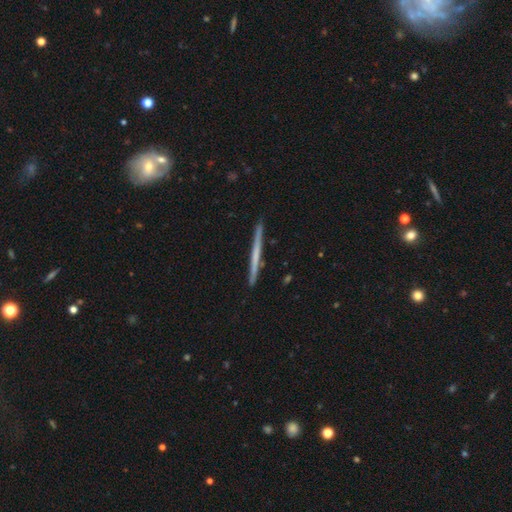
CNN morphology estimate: smooth_or_featured: featured or disk (p=0.55) [alt: smooth p=0.39]
disk_edge_on: yes (p=0.98) [alt: no p=0.02]
edge_on_bulge: none (p=0.86) [alt: rounded p=0.10]
merging: none (p=0.92) [alt: minor disturbance p=0.05]